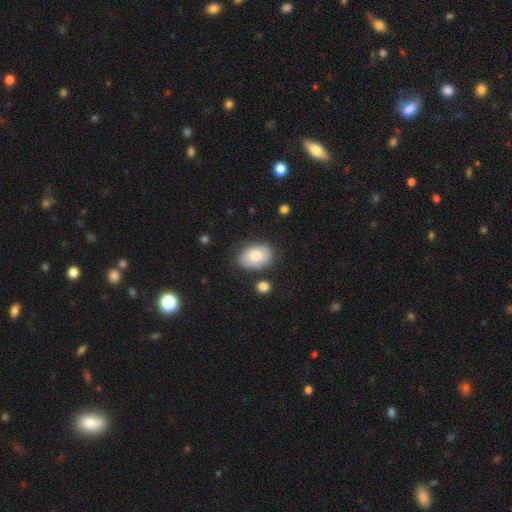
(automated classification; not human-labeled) Smooth or featured? smooth (80%)
How rounded? in between (79%)
Merging? none (75%)